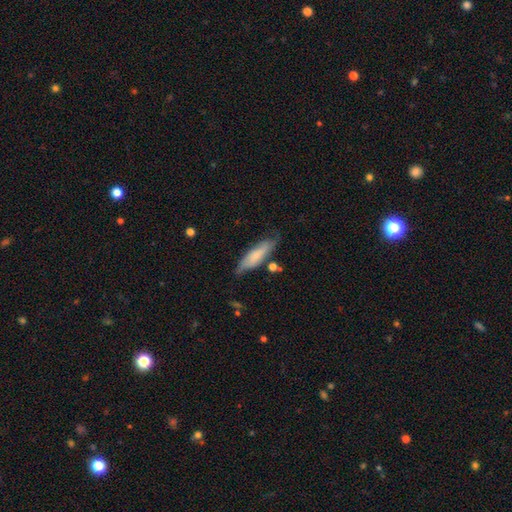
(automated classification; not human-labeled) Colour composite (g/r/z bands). It shows a smooth galaxy with no disk features (65%) that is cigar-shaped (57%). Merging: none (66%).